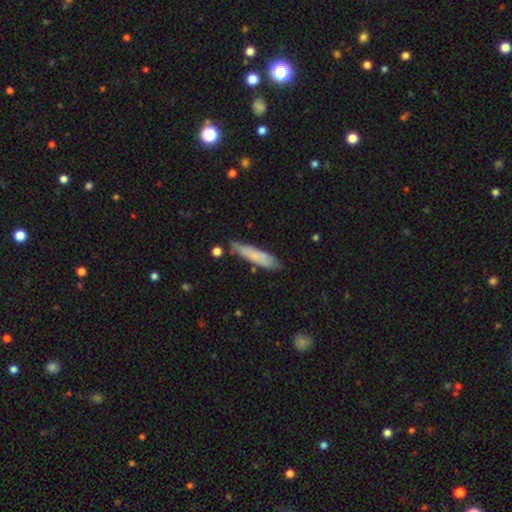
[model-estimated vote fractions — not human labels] The model was most divided on "smooth or featured": smooth: 71%, featured or disk: 22%, star or artifact: 6%. More confident: how rounded — cigar-shaped (84%); merging — none (73%).